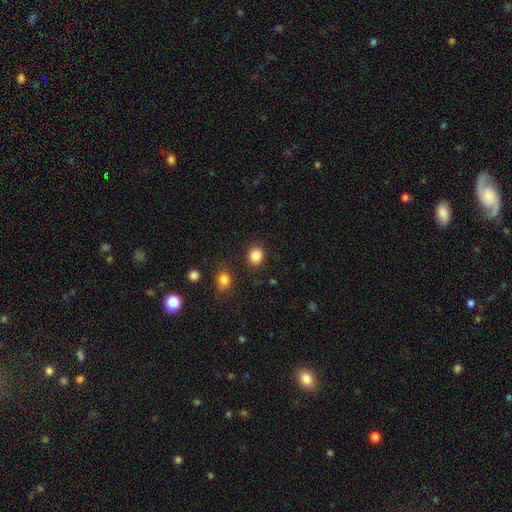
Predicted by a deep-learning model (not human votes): Overall: smooth (86%). How rounded: round (72%). Merging: none (87%).